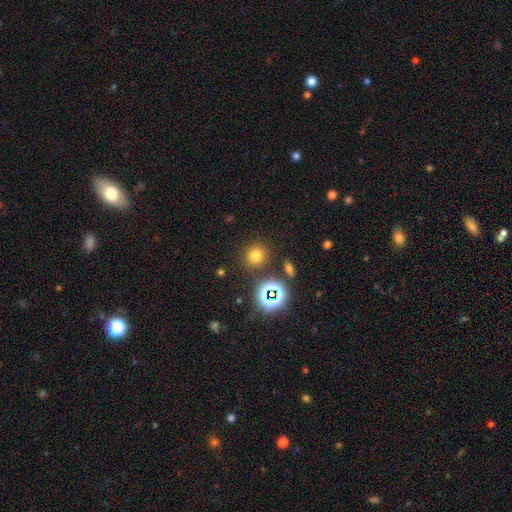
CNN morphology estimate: This is likely a smooth galaxy (69%). How rounded: clearly round (89%). Merging: clearly none (83%).